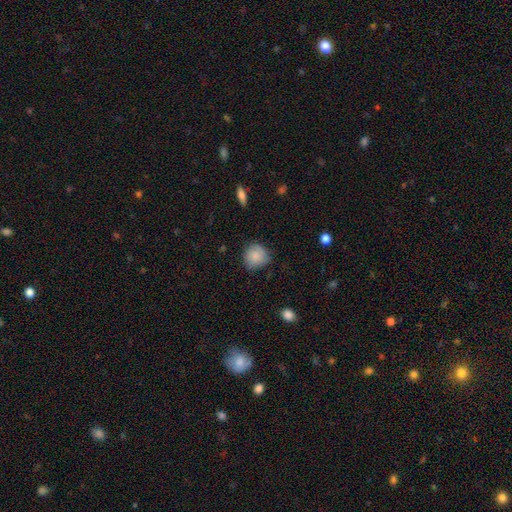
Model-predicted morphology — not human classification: Smooth or featured?
  - smooth: 86% *
  - star or artifact: 8%
  - featured or disk: 7%
How rounded?
  - round: 88% *
  - in between: 11%
  - cigar-shaped: 1%
Merging?
  - none: 76% *
  - minor disturbance: 19%
  - major disturbance: 3%
  - merger: 1%